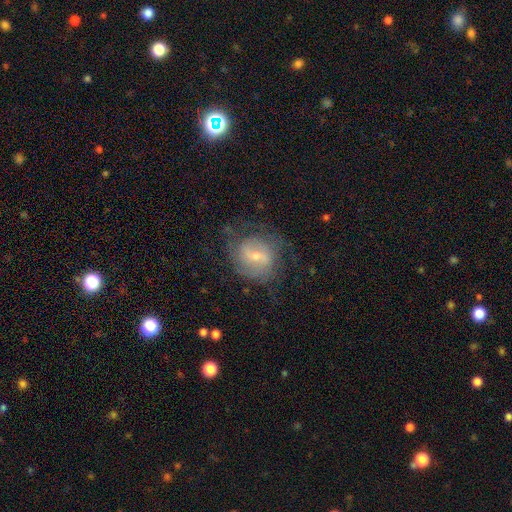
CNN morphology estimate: This is likely a featured or disk galaxy (68%). It is clearly not viewed edge-on (96%). Bar: possibly weak (54%). Spiral arm pattern: clearly yes (82%). Spiral arm count: possibly 2 (48%). Spiral winding: marginally medium (42%). Central bulge: possibly small (58%). Merging: likely none (62%).